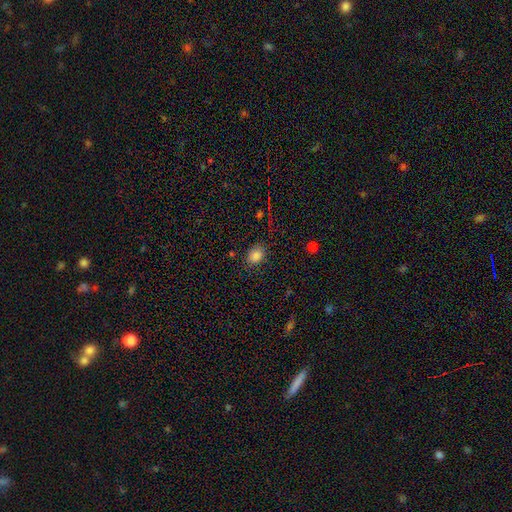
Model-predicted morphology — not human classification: A smooth galaxy with no disk features (83%) that is in between round and cigar-shaped (62%). Merging: none (83%).